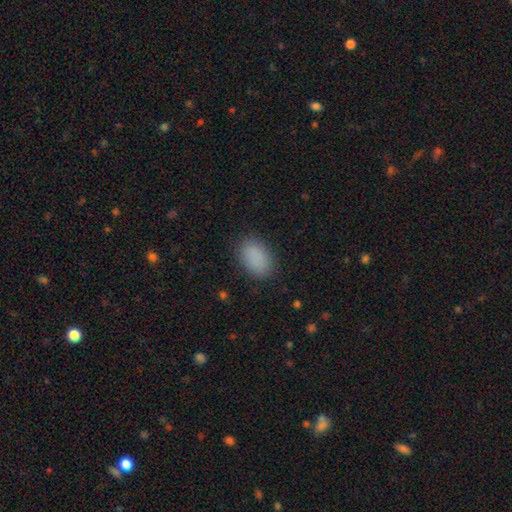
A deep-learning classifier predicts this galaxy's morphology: type=smooth (88%); roundness=in between (87%); merging=none (86%).